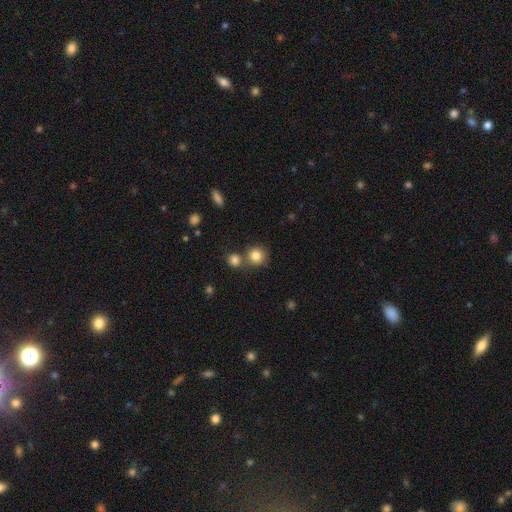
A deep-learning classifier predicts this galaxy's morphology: type=smooth (83%); roundness=round (90%); merging=none (66%).